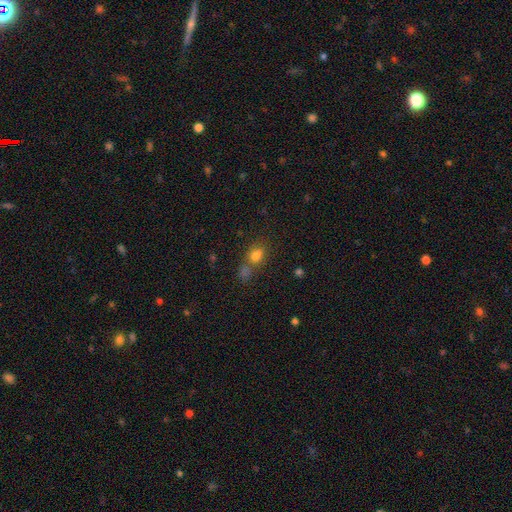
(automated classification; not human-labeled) The model was most divided on "how rounded": in between: 50%, round: 48%, cigar-shaped: 3%. Remaining: smooth or featured — smooth (73%); merging — merger (45%).